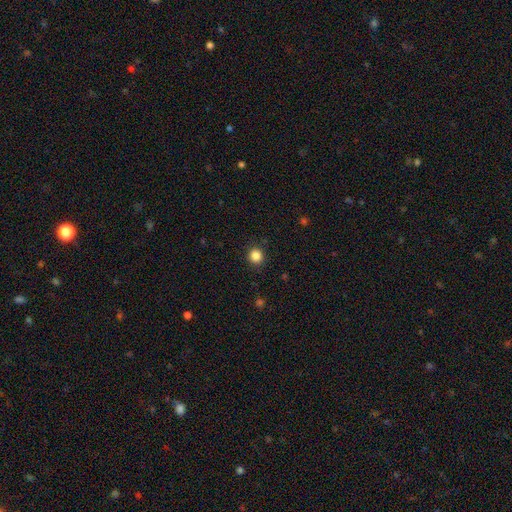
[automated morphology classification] smooth-or-featured: smooth: 85% | star or artifact: 11% | featured or disk: 3%
  how-rounded: round: 90% | in between: 9% | cigar-shaped: 1%
  merging: none: 90% | minor disturbance: 7% | major disturbance: 2% | merger: 1%